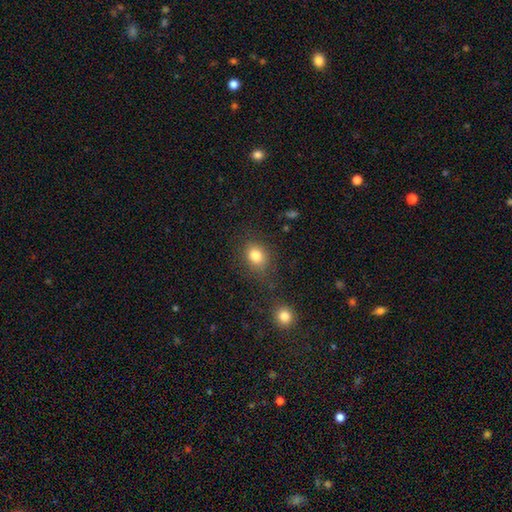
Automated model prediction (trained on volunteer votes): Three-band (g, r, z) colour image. It shows a smooth galaxy with no disk features (82%) that is round (50%). Merging: none (76%).